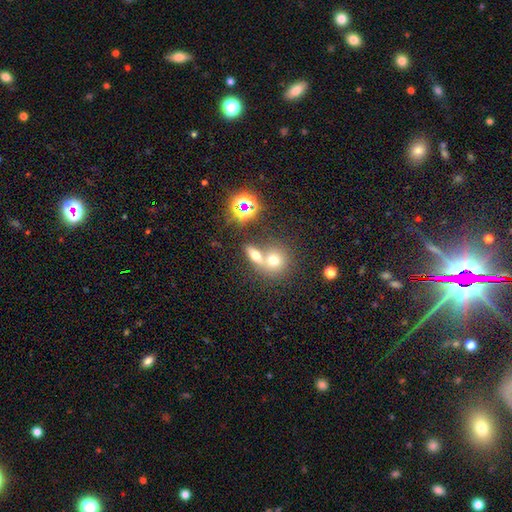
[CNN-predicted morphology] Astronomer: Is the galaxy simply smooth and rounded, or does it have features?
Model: smooth — 60%.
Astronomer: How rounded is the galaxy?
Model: round — 51% (runner-up: in between, 41%).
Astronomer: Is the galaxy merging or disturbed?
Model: merger — 51% (runner-up: none, 39%).